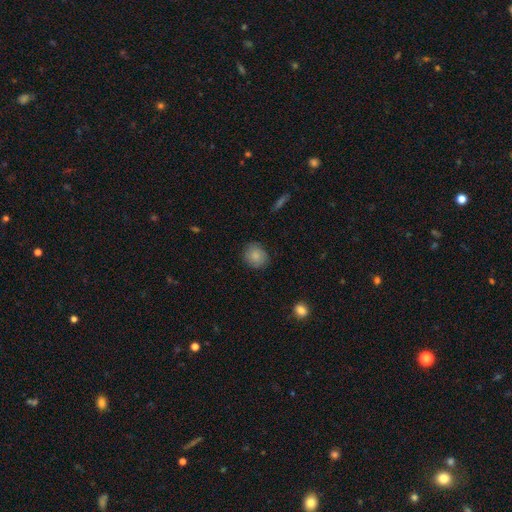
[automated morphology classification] type=smooth (81%); roundness=round (73%); merging=none (84%).